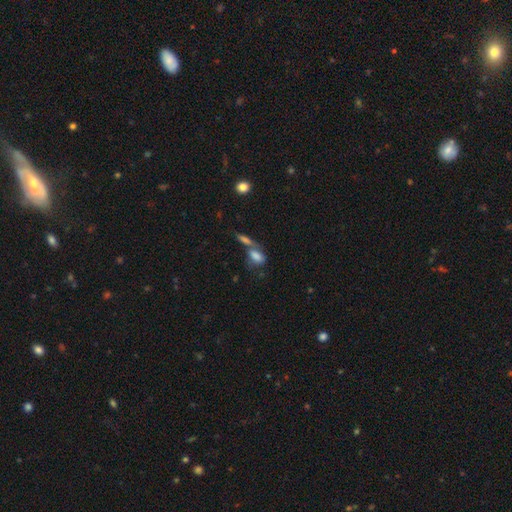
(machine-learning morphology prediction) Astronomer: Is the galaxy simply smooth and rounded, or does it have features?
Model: smooth — 74%.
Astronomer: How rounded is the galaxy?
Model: in between — 84%.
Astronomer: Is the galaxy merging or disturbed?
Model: merger — 48% (runner-up: none, 31%).